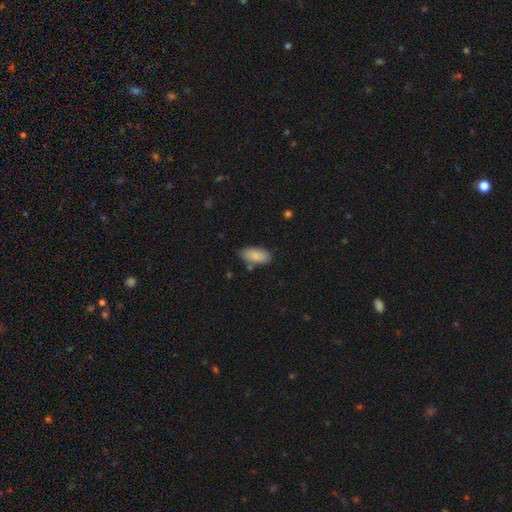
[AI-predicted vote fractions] Q: Smooth or featured?
A: smooth (86%); runner-up: featured or disk (8%)
Q: How rounded?
A: in between (92%); runner-up: cigar-shaped (6%)
Q: Merging?
A: none (73%); runner-up: minor disturbance (18%)